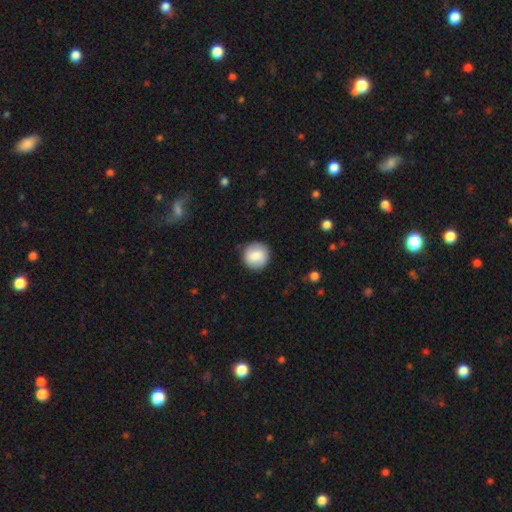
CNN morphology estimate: A smooth galaxy with no disk features (80%) that is round (94%).

Vote fractions:
- Smooth or featured? smooth: 80% / featured or disk: 13% / star or artifact: 7%
- How rounded? round: 94% / in between: 5% / cigar-shaped: 1%
- Merging? none: 89% / minor disturbance: 8% / major disturbance: 2% / merger: 1%